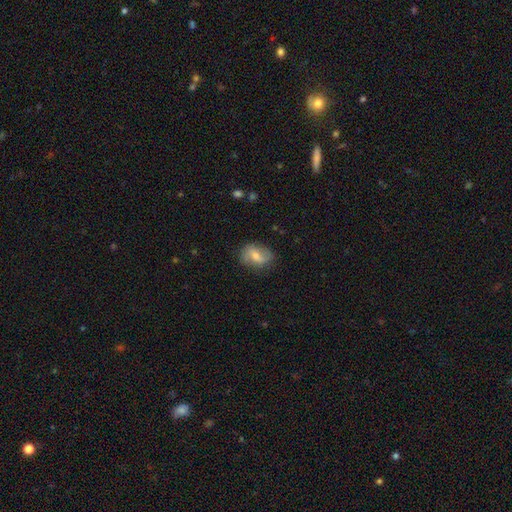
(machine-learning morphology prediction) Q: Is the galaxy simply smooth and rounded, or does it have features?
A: featured or disk — 48%.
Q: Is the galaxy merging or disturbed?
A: none — 74%.